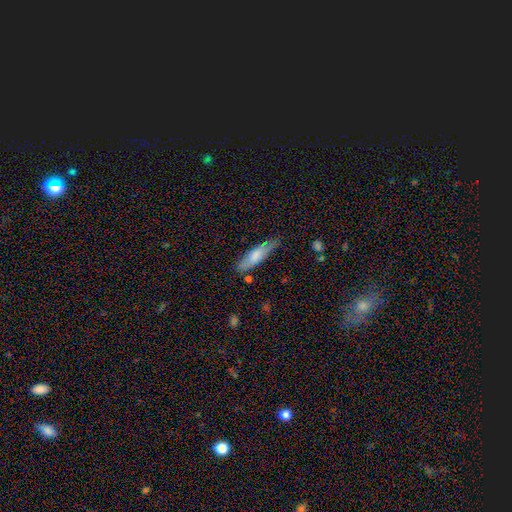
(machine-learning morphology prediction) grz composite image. It shows a smooth galaxy with no disk features (69%) that is cigar-shaped (64%). Merging: none (73%).